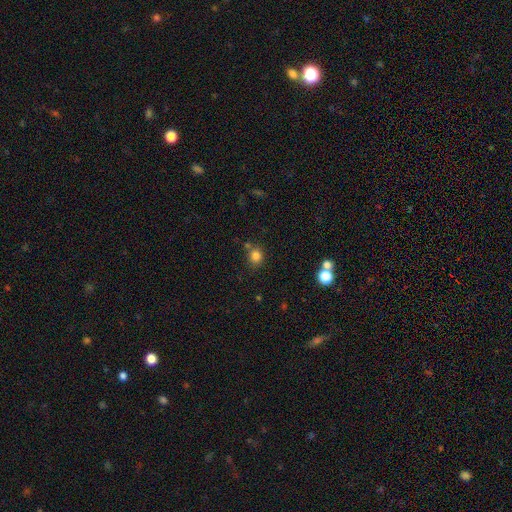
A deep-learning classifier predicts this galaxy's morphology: Overall: smooth (81%). How rounded: round (81%). Merging: none (71%).